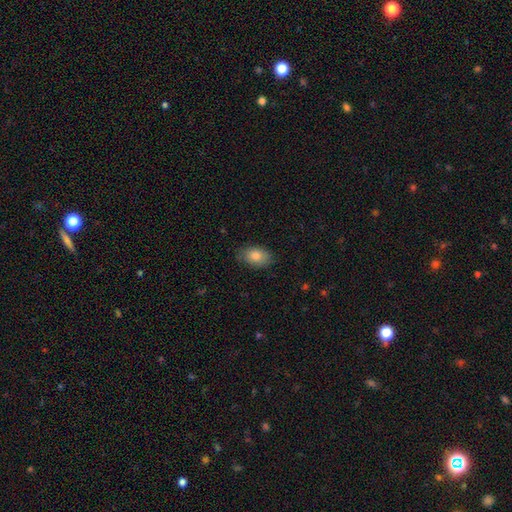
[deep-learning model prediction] This appears to be a smooth galaxy with no disk features (82%) that is in between round and cigar-shaped (87%). Merging: none (80%).